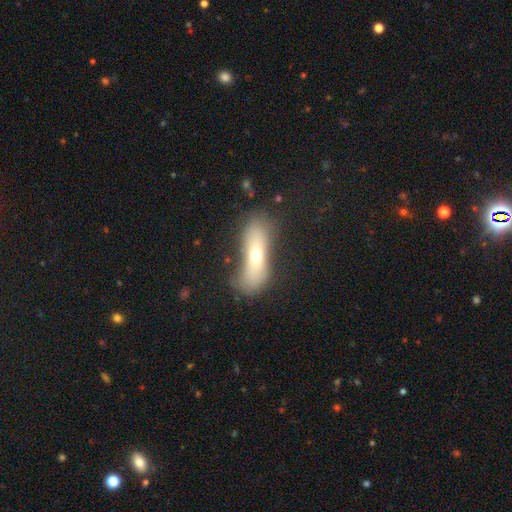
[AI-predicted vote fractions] The model was most divided on "how rounded": cigar-shaped: 56%, in between: 41%, round: 3%. More confident: smooth or featured — smooth (59%); merging — none (57%).